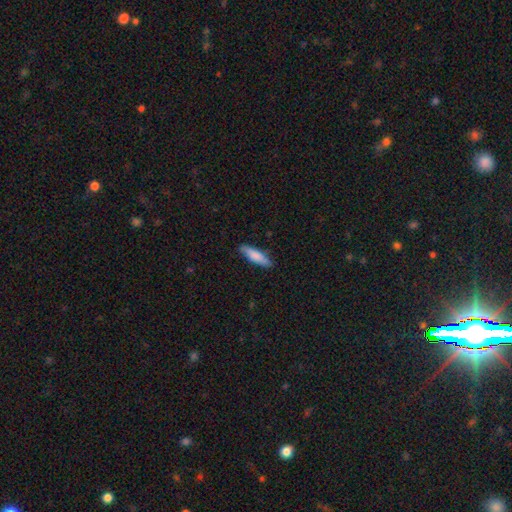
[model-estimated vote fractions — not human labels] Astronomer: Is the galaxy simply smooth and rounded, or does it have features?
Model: smooth — 80%.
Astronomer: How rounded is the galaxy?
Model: cigar-shaped — 64%.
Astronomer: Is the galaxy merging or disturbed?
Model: none — 85%.